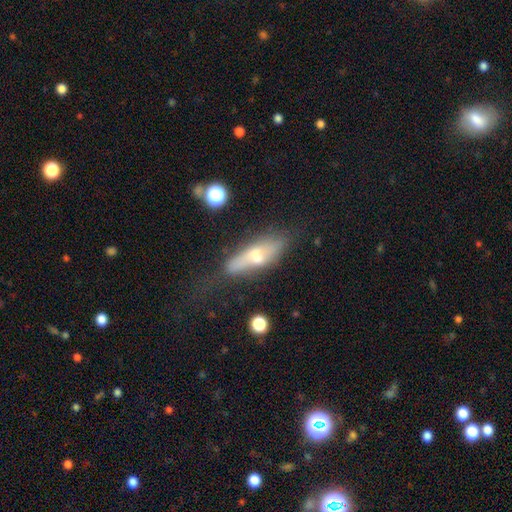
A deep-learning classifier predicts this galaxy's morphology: Smooth or featured: featured or disk — 47% (smooth — 45%)
Merging: none — 51% (minor disturbance — 26%)